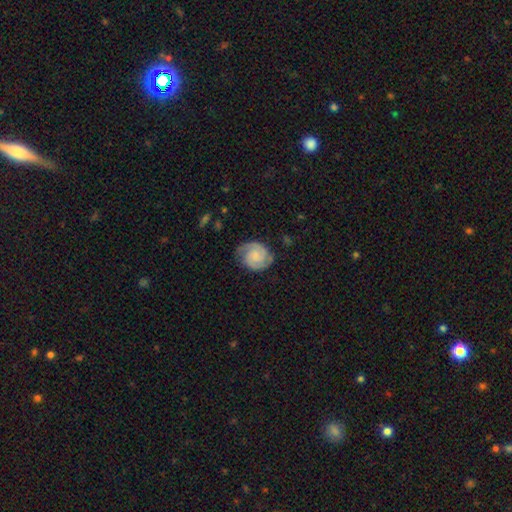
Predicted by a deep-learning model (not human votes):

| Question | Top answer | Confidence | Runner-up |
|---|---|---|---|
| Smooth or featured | featured or disk | 82% | smooth (12%) |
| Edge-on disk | no | 98% | yes (2%) |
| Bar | no | 63% | weak (31%) |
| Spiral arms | yes | 97% | no (3%) |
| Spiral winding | tight | 57% | medium (36%) |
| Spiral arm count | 2 | 88% | can't tell (4%) |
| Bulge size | none | 41% | small (32%) |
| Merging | none | 77% | minor disturbance (17%) |